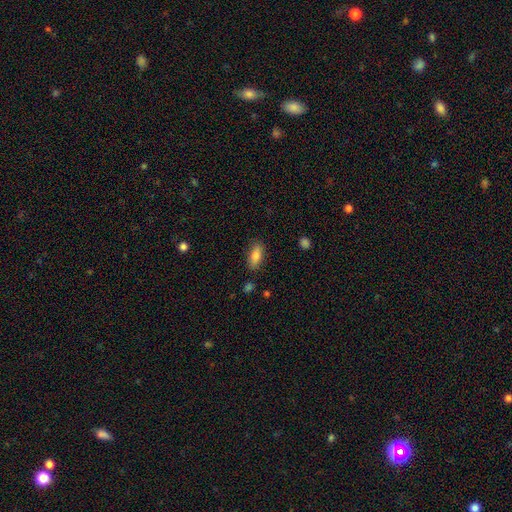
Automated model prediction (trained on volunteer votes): Morphology: type=smooth (84%); roundness=in between (81%); merging=none (84%).